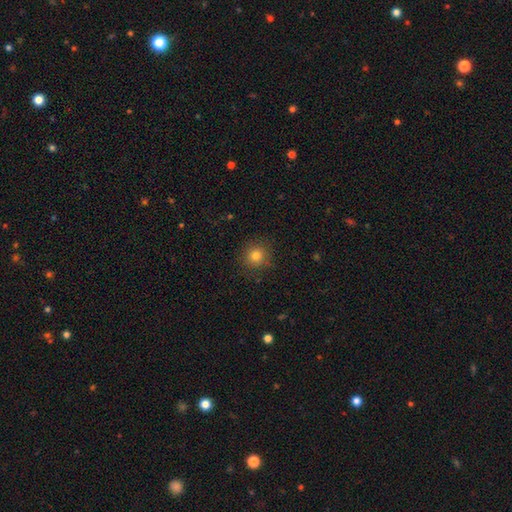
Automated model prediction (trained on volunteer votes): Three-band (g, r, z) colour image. It shows a smooth galaxy with no disk features (80%) that is round (93%). Merging: none (89%).